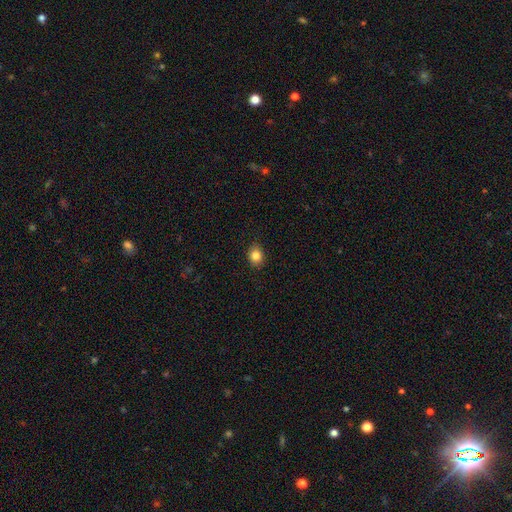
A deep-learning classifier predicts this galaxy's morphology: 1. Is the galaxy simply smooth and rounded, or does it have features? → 84% smooth, 10% star or artifact, 6% featured or disk.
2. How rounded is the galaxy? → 63% round, 36% in between, 1% cigar-shaped.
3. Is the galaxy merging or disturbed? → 88% none, 9% minor disturbance, 2% major disturbance, 1% merger.